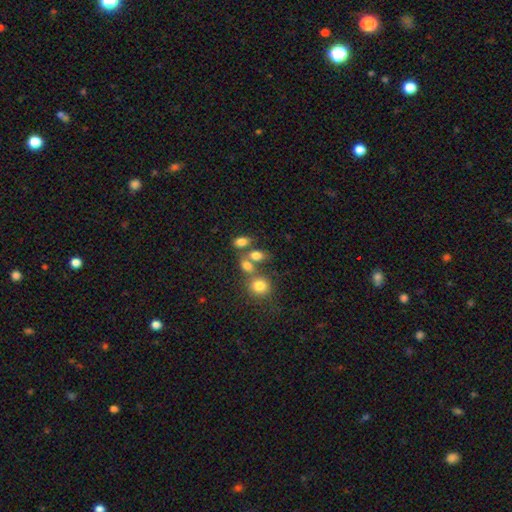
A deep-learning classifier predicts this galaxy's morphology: A smooth galaxy with no disk features (74%) that is in between round and cigar-shaped (72%). Merging: none (44%).